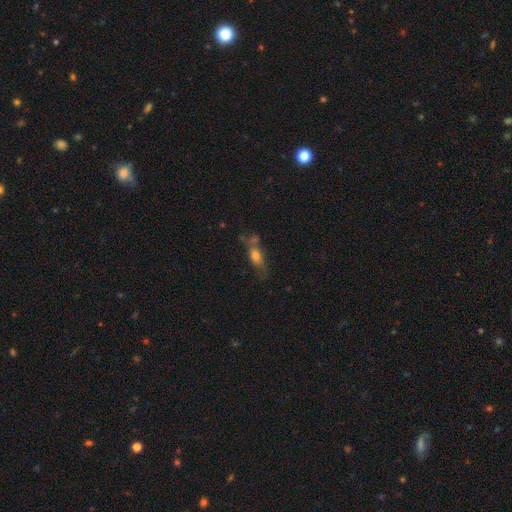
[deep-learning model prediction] Smooth or featured? Predicted: smooth (p=0.59). How rounded? Predicted: in between (p=0.65). Merging? Predicted: none (p=0.43).